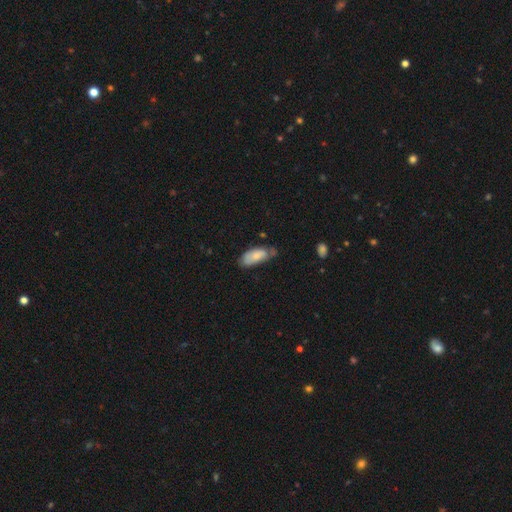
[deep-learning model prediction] smooth 75%, featured or disk 19%, star or artifact 6%. Down the decision tree: how rounded — in between (86%); merging — none (49%).